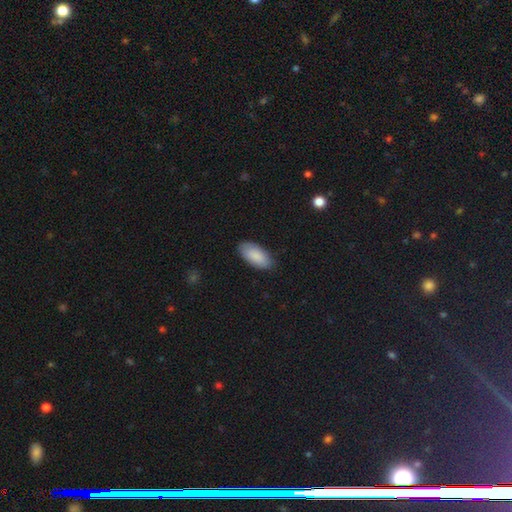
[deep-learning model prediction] Smooth or featured? Predicted: smooth (p=0.89). How rounded? Predicted: in between (p=0.93). Merging? Predicted: none (p=0.85).